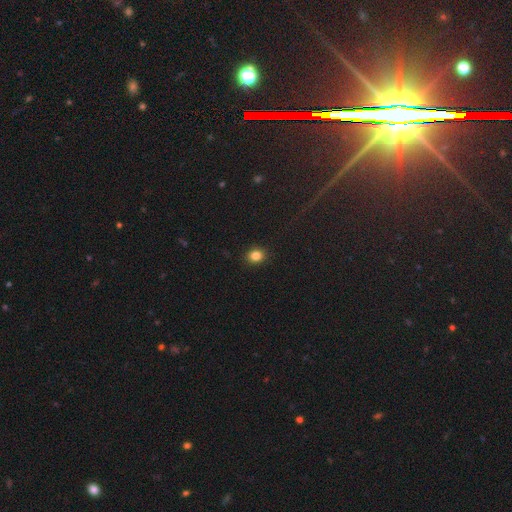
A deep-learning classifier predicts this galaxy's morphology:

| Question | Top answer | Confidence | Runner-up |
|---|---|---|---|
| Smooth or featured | smooth | 84% | star or artifact (11%) |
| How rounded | round | 63% | in between (36%) |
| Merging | none | 90% | minor disturbance (7%) |